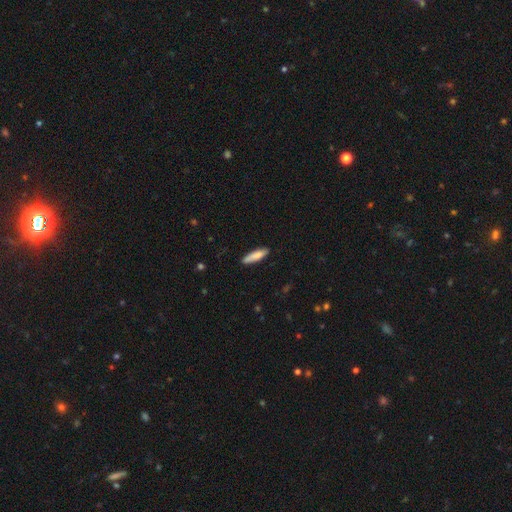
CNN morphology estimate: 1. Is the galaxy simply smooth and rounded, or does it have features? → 82% smooth, 12% featured or disk, 6% star or artifact.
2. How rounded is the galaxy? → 75% cigar-shaped, 24% in between, 1% round.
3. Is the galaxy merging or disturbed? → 86% none, 11% minor disturbance, 2% major disturbance, 1% merger.